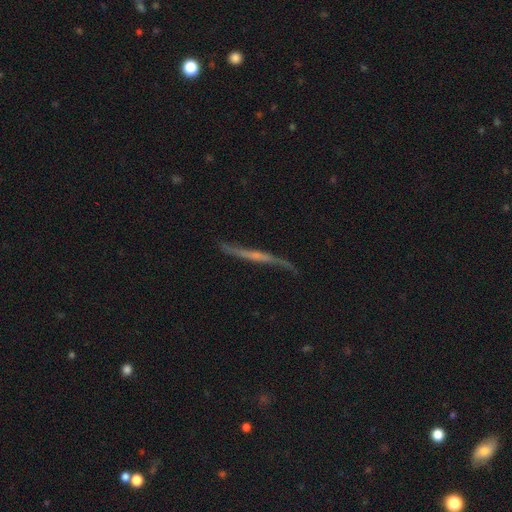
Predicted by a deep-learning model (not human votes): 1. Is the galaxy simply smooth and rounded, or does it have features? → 73% featured or disk, 19% smooth, 8% star or artifact.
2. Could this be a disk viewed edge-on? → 82% yes, 18% no.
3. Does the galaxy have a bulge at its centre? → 59% none, 31% rounded, 10% boxy.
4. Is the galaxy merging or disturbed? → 69% none, 21% minor disturbance, 7% major disturbance, 3% merger.